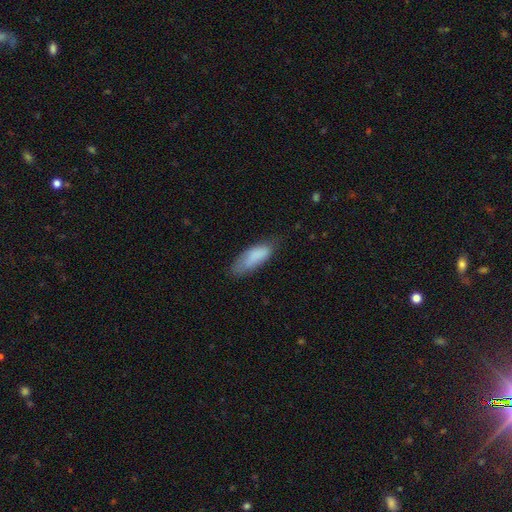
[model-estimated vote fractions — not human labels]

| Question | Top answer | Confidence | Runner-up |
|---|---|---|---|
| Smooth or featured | smooth | 83% | featured or disk (10%) |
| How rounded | in between | 68% | cigar-shaped (30%) |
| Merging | none | 58% | minor disturbance (31%) |